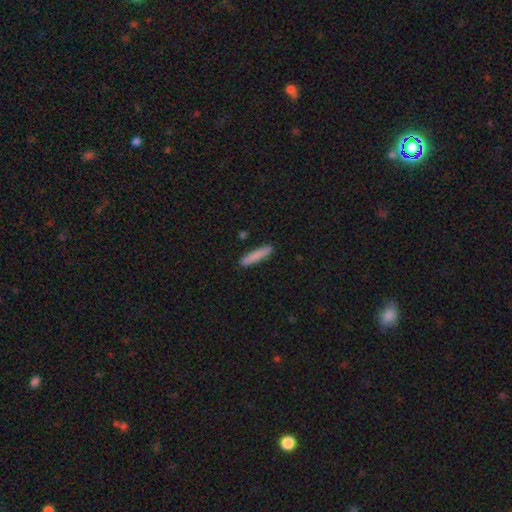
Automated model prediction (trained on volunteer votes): Smooth or featured? Predicted: smooth (p=0.84). How rounded? Predicted: cigar-shaped (p=0.91). Merging? Predicted: none (p=0.88).